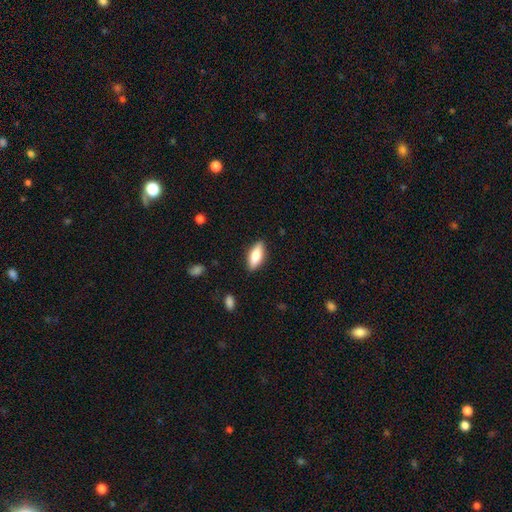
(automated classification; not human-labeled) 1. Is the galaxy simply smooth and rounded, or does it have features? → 75% smooth, 18% featured or disk, 6% star or artifact.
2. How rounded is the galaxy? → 74% in between, 24% cigar-shaped, 2% round.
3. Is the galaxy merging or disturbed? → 86% none, 10% minor disturbance, 2% major disturbance, 1% merger.